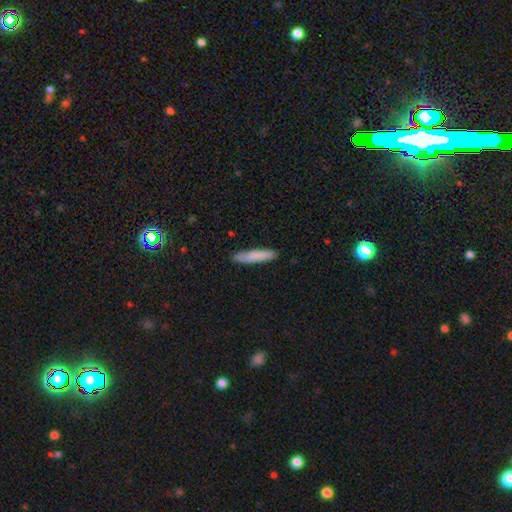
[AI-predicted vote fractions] Morphology: type=smooth (82%); roundness=cigar-shaped (88%); merging=none (85%).